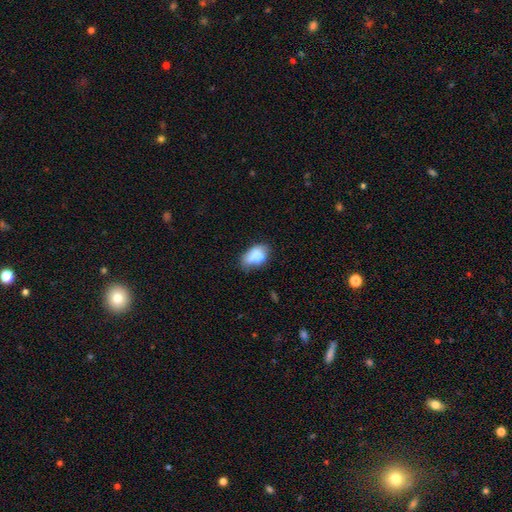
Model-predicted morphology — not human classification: smooth_or_featured: smooth (p=0.75) [alt: featured or disk p=0.16]
how_rounded: in between (p=0.88) [alt: round p=0.10]
merging: none (p=0.47) [alt: minor disturbance p=0.32]